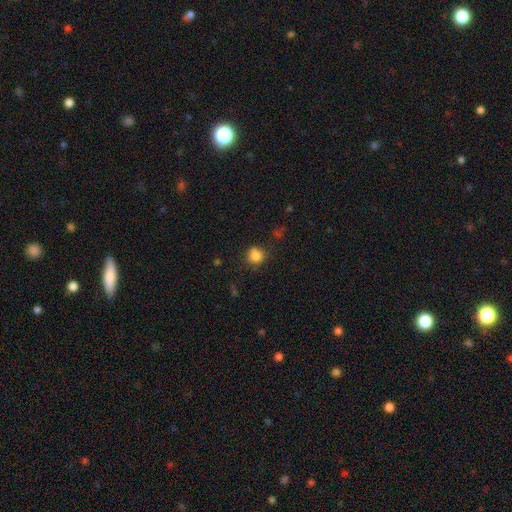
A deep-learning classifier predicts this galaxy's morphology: The model was most divided on "merging": none: 73%, minor disturbance: 19%, major disturbance: 5%, merger: 3%. More confident: smooth or featured — smooth (83%); how rounded — round (81%).